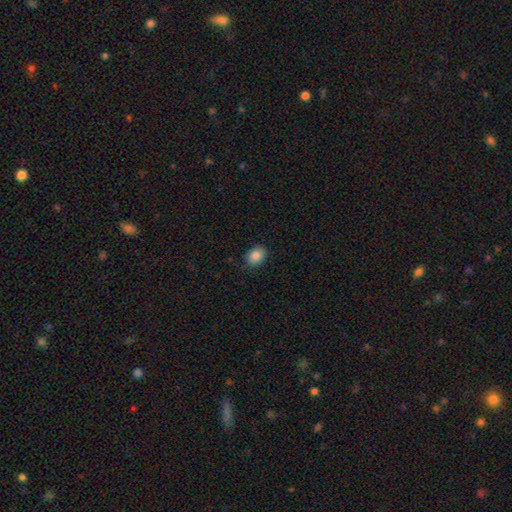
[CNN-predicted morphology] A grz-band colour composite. It shows a smooth galaxy with no disk features (87%) that is in between round and cigar-shaped (58%). Merging: none (84%).